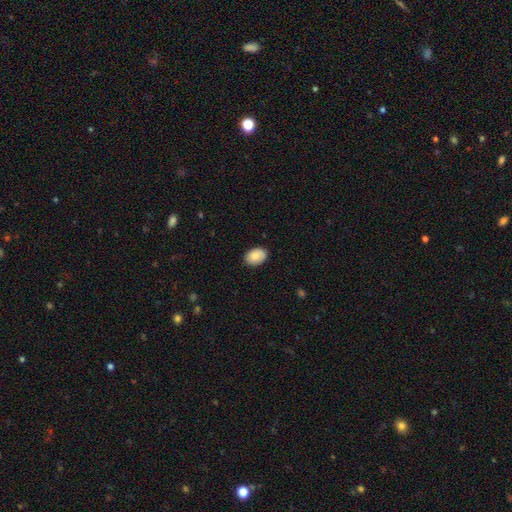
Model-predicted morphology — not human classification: A smooth galaxy with no disk features (84%) that is in between round and cigar-shaped (83%). Merging: none (85%).